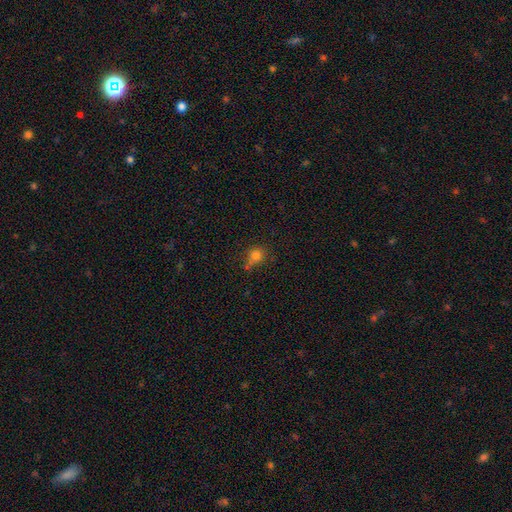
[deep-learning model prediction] Q: Smooth or featured?
A: smooth (78%); runner-up: star or artifact (14%)
Q: How rounded?
A: round (83%); runner-up: in between (16%)
Q: Merging?
A: none (55%); runner-up: minor disturbance (20%)